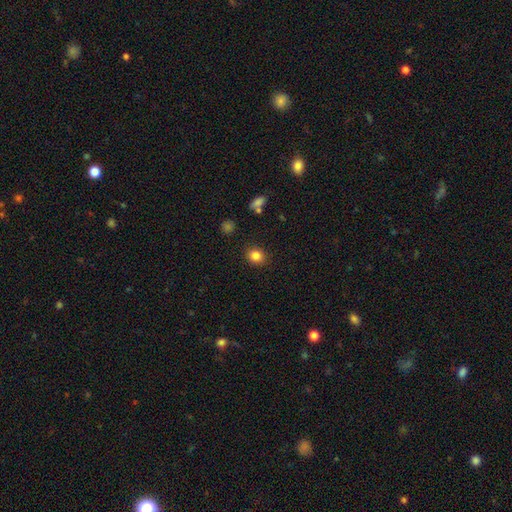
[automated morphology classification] smooth 83%, star or artifact 11%, featured or disk 6%. Down the decision tree: how rounded — round (69%); merging — none (89%).